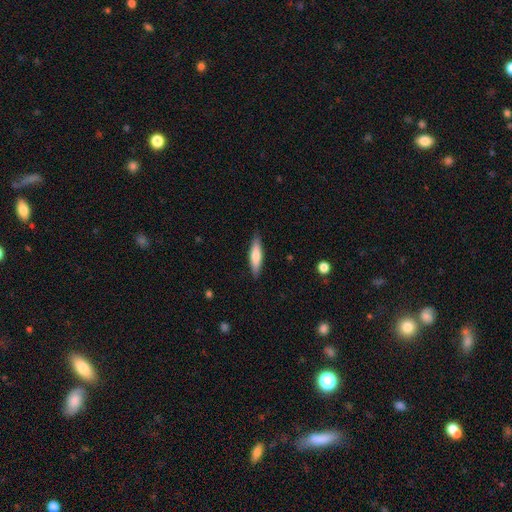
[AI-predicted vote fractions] Smooth or featured? Predicted: smooth (p=0.72). How rounded? Predicted: cigar-shaped (p=0.72). Merging? Predicted: none (p=0.87).